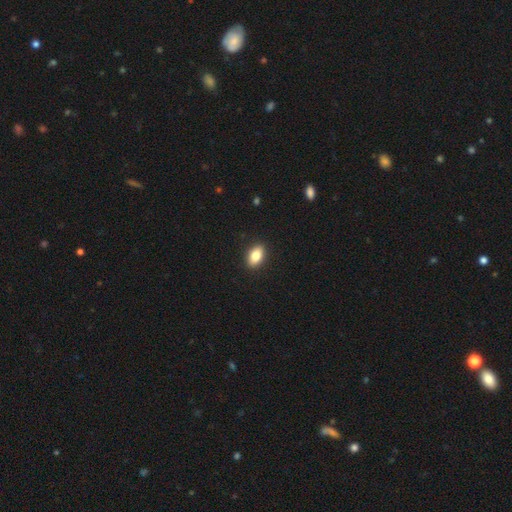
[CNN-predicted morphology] This is clearly a smooth galaxy (84%). How rounded: clearly in between (88%). Merging: clearly none (90%).